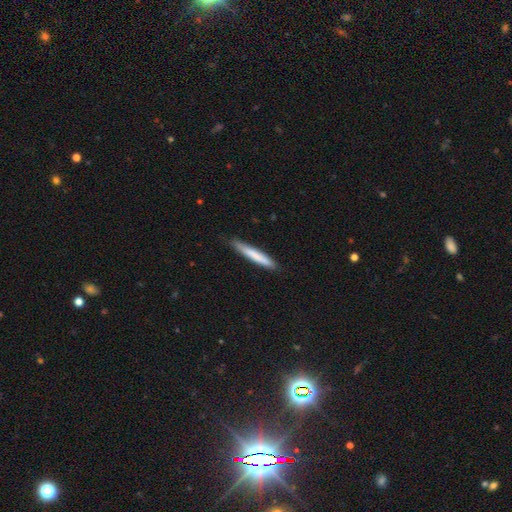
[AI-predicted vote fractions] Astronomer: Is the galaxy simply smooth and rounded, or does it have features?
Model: smooth — 75%.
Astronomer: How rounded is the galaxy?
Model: cigar-shaped — 95%.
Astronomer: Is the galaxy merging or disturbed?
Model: none — 85%.